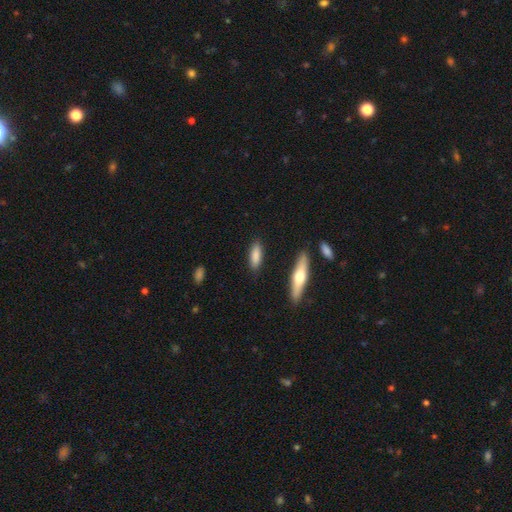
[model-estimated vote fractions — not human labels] smooth_or_featured: smooth (p=0.82) [alt: featured or disk p=0.12]
how_rounded: in between (p=0.51) [alt: cigar-shaped p=0.47]
merging: none (p=0.84) [alt: minor disturbance p=0.11]